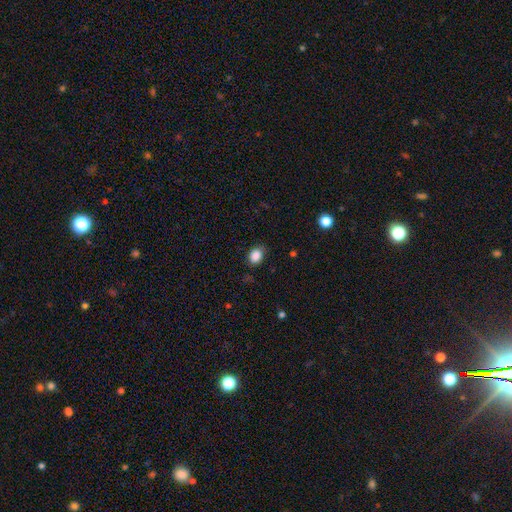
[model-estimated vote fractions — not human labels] smooth 87%, star or artifact 9%, featured or disk 4%. Down the decision tree: how rounded — in between (61%); merging — none (79%).